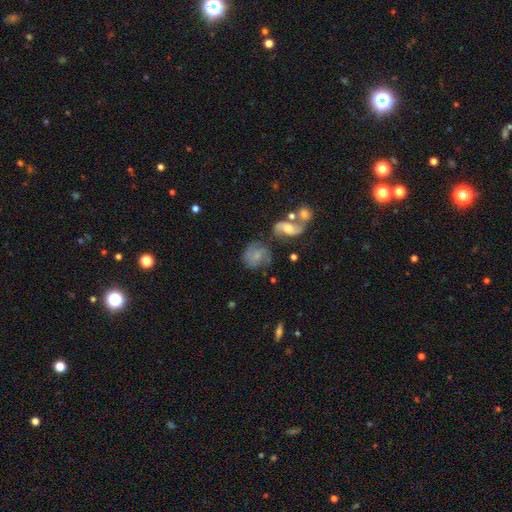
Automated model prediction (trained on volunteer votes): This appears to be a featured or disk galaxy (53%) with no bar (57%), spiral arms (85%) and a small central bulge (47%). Merging: none (52%).